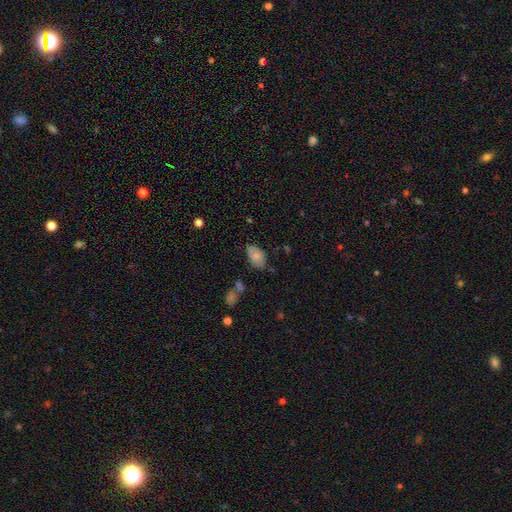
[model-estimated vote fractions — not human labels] smooth-or-featured: smooth: 75% | featured or disk: 17% | star or artifact: 8%
  how-rounded: in between: 91% | round: 8% | cigar-shaped: 1%
  merging: none: 60% | minor disturbance: 30% | major disturbance: 6% | merger: 4%